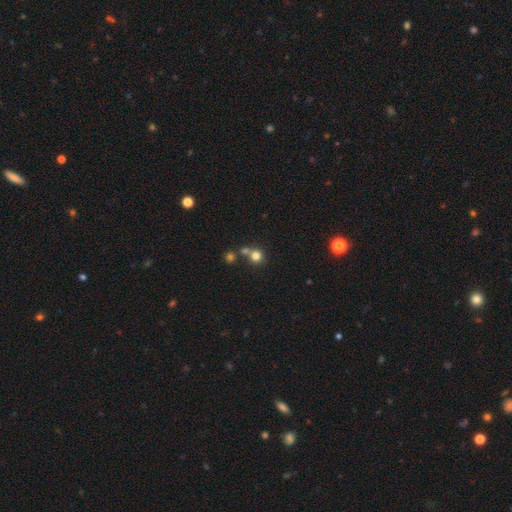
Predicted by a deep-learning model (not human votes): Overall: smooth (77%). How rounded: round (89%). Merging: none (57%; merger 32%).